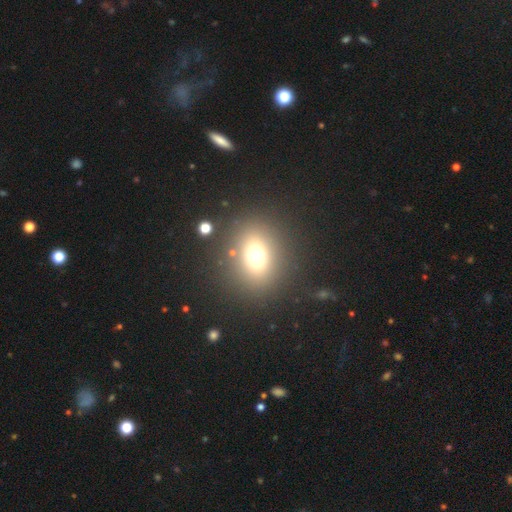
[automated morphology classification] This is likely a smooth galaxy (68%). How rounded: likely round (63%). Merging: clearly none (84%).